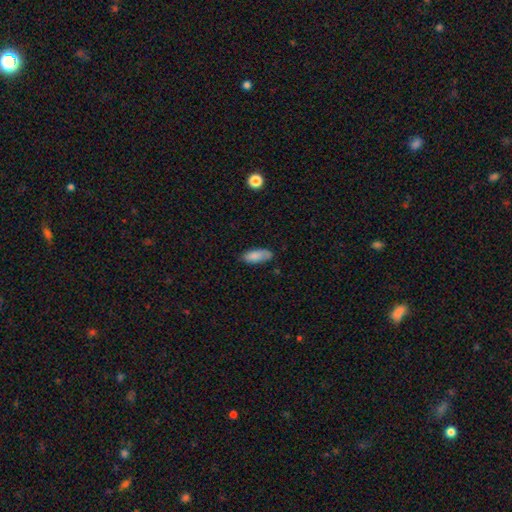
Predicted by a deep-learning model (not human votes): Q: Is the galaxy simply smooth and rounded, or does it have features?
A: smooth — 84%.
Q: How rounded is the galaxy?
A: in between — 80%.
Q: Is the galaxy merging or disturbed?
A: none — 72%.